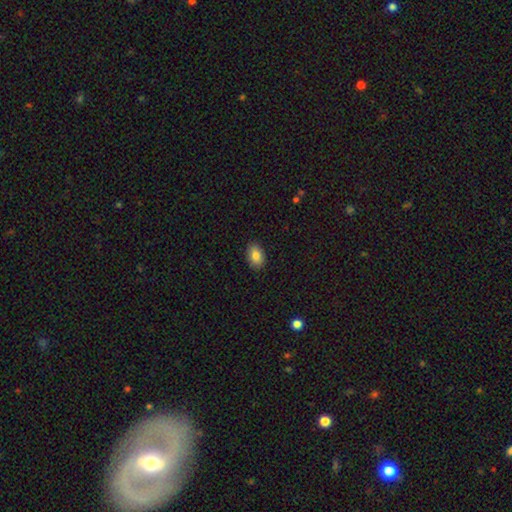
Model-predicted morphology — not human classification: Smooth or featured? Predicted: smooth (p=0.84). How rounded? Predicted: in between (p=0.85). Merging? Predicted: none (p=0.89).